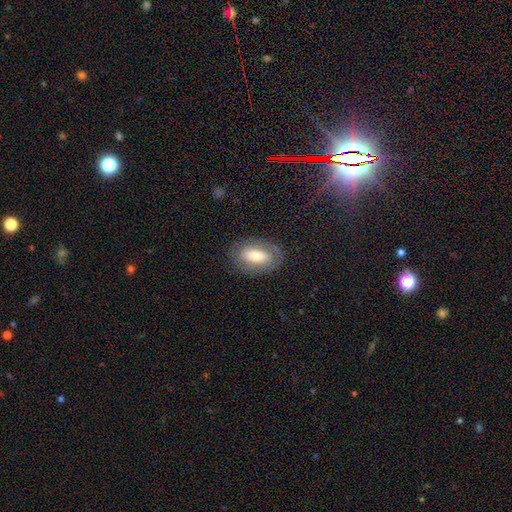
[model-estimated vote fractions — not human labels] smooth-or-featured: smooth: 51% | featured or disk: 42% | star or artifact: 8%
  how-rounded: in between: 90% | round: 7% | cigar-shaped: 3%
  merging: none: 79% | minor disturbance: 13% | major disturbance: 6% | merger: 1%